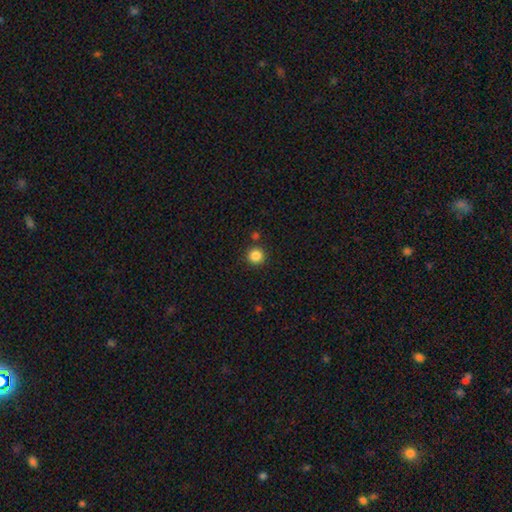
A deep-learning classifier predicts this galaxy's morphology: type=smooth (85%); roundness=round (95%); merging=none (87%).